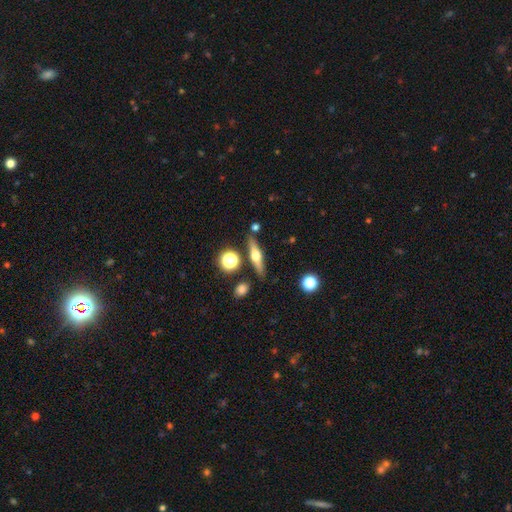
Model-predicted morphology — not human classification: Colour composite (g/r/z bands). It shows a featured or disk galaxy (59%) viewed edge-on (93%) with a rounded central bulge (94%). Merging: none (82%).